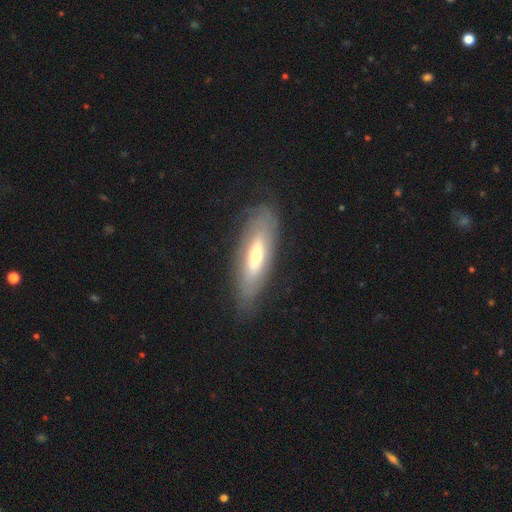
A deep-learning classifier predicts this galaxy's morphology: A featured or disk galaxy (53%).

Vote fractions:
- Smooth or featured? featured or disk: 53% / smooth: 40% / star or artifact: 7%
- Edge-on disk? no: 59% / yes: 41%
- Merging? none: 79% / minor disturbance: 15% / major disturbance: 5% / merger: 1%